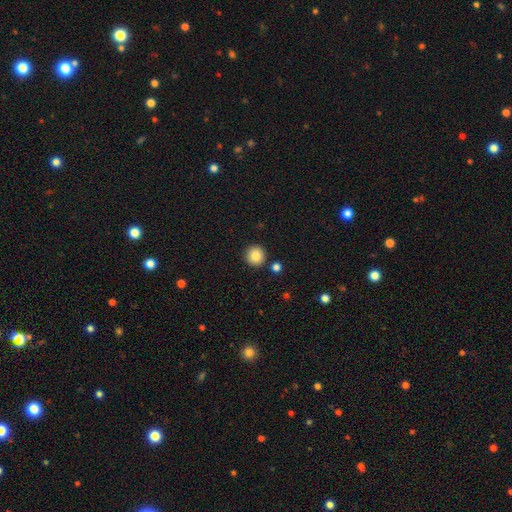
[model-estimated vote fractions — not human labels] This appears to be a smooth galaxy with no disk features (85%) that is round (94%). Merging: none (89%).